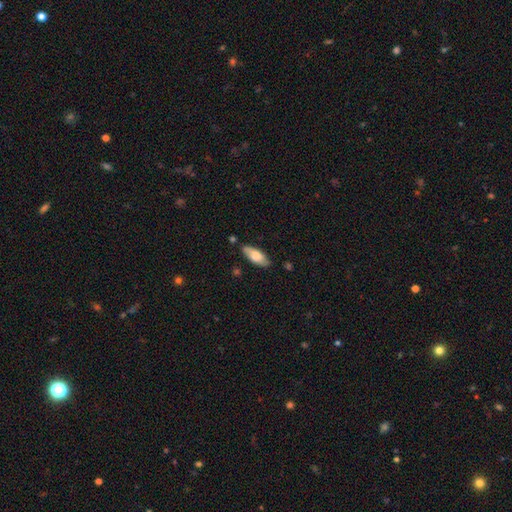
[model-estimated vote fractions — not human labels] smooth-or-featured: smooth: 71% | featured or disk: 23% | star or artifact: 6%
  how-rounded: in between: 73% | cigar-shaped: 25% | round: 2%
  merging: none: 79% | minor disturbance: 15% | major disturbance: 3% | merger: 3%